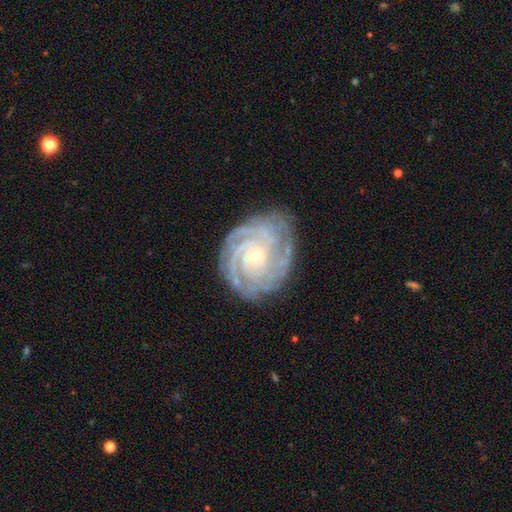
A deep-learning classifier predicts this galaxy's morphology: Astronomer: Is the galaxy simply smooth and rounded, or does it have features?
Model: featured or disk — 89%.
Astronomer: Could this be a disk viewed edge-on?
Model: no — 97%.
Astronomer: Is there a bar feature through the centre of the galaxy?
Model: no — 79%.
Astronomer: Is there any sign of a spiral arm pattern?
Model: yes — 98%.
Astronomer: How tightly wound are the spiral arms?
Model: tight — 80%.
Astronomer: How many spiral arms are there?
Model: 4 — 29% (runner-up: can't tell, 20%).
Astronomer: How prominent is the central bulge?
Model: small — 78%.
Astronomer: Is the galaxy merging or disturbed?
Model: none — 80%.